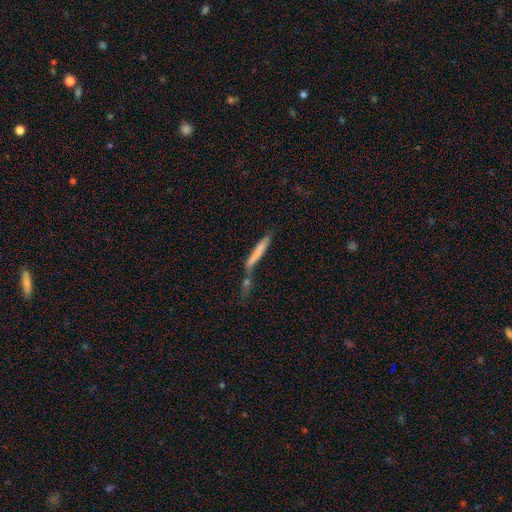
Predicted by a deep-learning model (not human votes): The model was most divided on "merging": none: 44%, merger: 33%, minor disturbance: 15%, major disturbance: 9%. More confident: how rounded — cigar-shaped (93%); smooth or featured — smooth (64%).